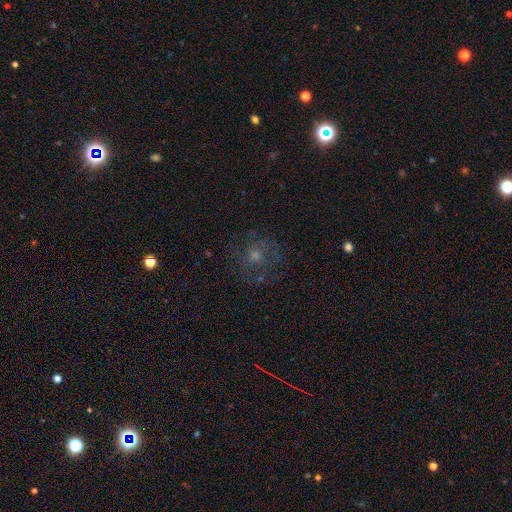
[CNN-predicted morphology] type=featured or disk (44%); merging=none (69%).